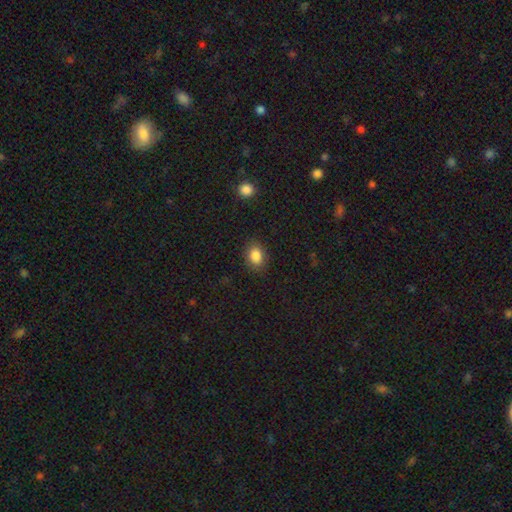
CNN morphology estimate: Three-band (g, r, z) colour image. It shows a smooth galaxy with no disk features (85%) that is in between round and cigar-shaped (68%). Merging: none (85%).